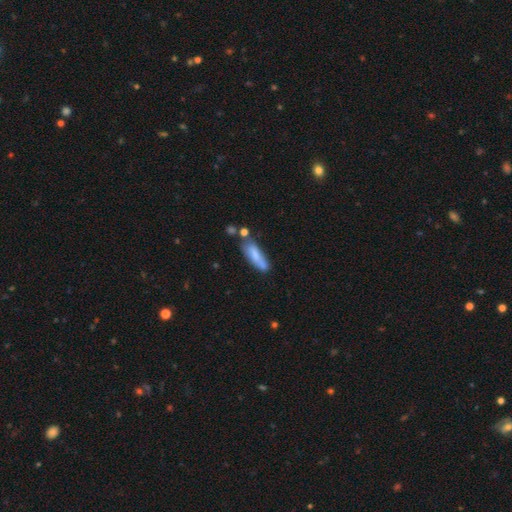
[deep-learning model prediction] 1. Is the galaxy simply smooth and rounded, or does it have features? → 74% smooth, 19% featured or disk, 7% star or artifact.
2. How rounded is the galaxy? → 59% cigar-shaped, 40% in between, 2% round.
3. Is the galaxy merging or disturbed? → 50% none, 23% minor disturbance, 18% merger, 9% major disturbance.